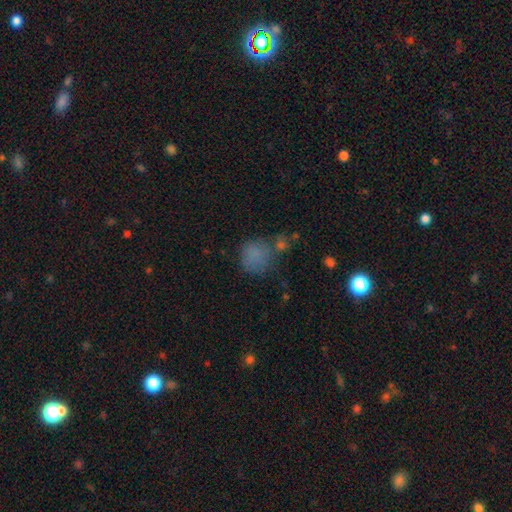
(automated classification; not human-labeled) smooth 71%, star or artifact 16%, featured or disk 12%. Down the decision tree: how rounded — round (77%); merging — none (48%).